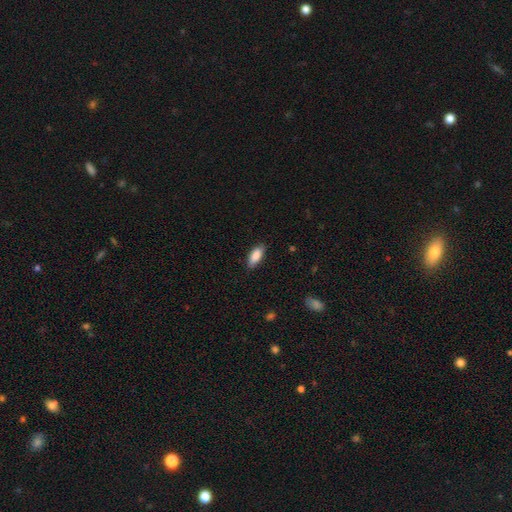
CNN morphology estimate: This appears to be a smooth galaxy with no disk features (87%) that is in between round and cigar-shaped (80%). Merging: none (84%).